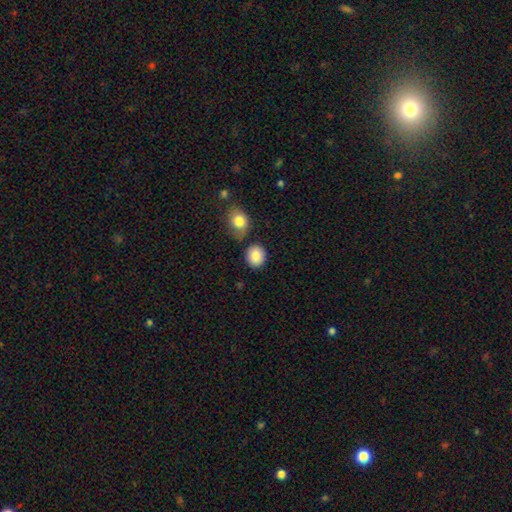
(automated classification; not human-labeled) Morphology: type=smooth (86%); roundness=round (76%); merging=none (78%).